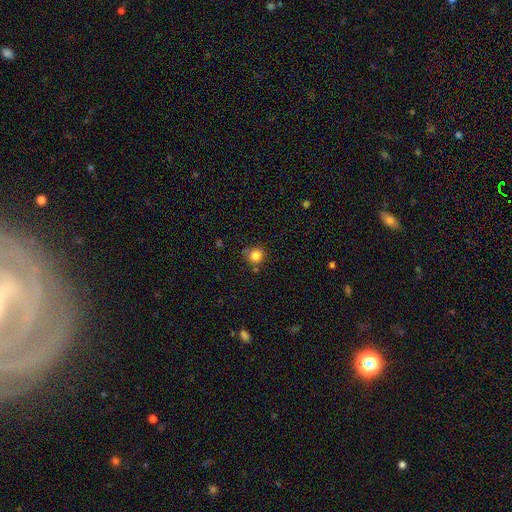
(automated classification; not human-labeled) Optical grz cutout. It shows a smooth galaxy with no disk features (83%) that is round (88%). Merging: none (71%).